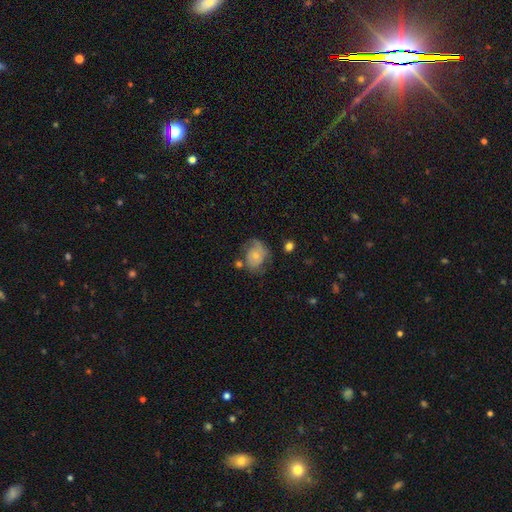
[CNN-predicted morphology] Smooth or featured: featured or disk — 46% (tied with smooth — 46%)
Merging: none — 45% (minor disturbance — 29%)